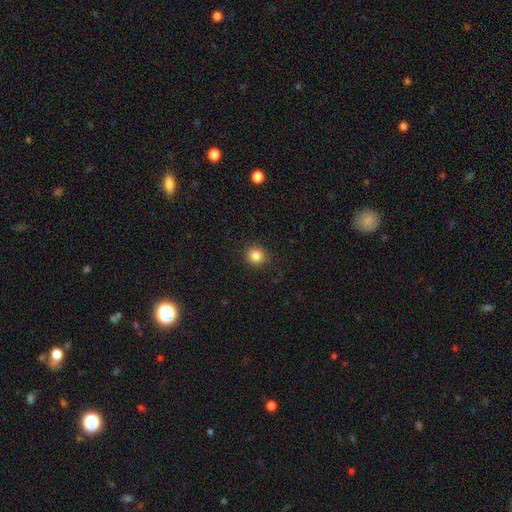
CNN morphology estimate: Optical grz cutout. It shows a smooth galaxy with no disk features (85%) that is round (87%). Merging: none (90%).